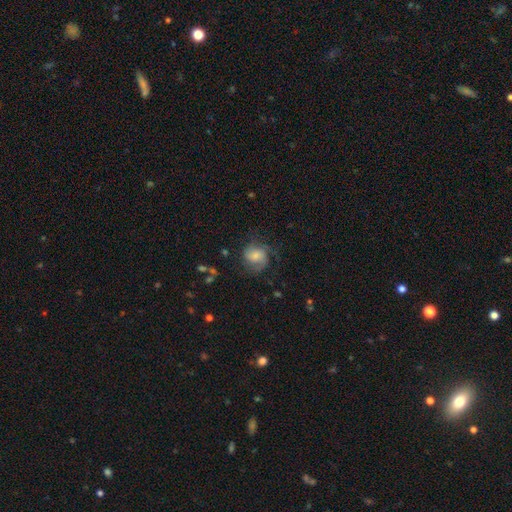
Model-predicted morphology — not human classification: Smooth or featured? featured or disk (47%)
Merging? none (58%)